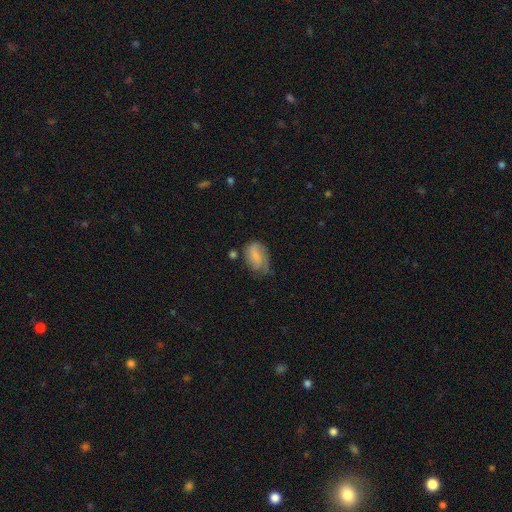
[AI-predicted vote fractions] The model was most divided on "merging": none: 44%, minor disturbance: 35%, major disturbance: 17%, merger: 4%. More confident: how rounded — in between (84%); smooth or featured — smooth (59%).